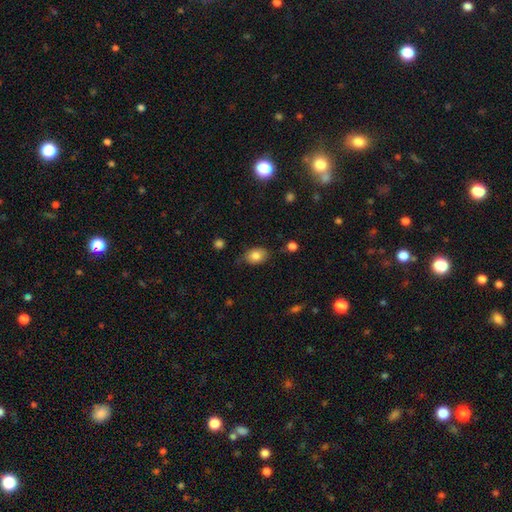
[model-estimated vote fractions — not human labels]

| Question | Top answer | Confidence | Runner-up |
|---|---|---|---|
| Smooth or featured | smooth | 81% | featured or disk (10%) |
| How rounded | in between | 75% | round (24%) |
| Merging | none | 70% | minor disturbance (23%) |